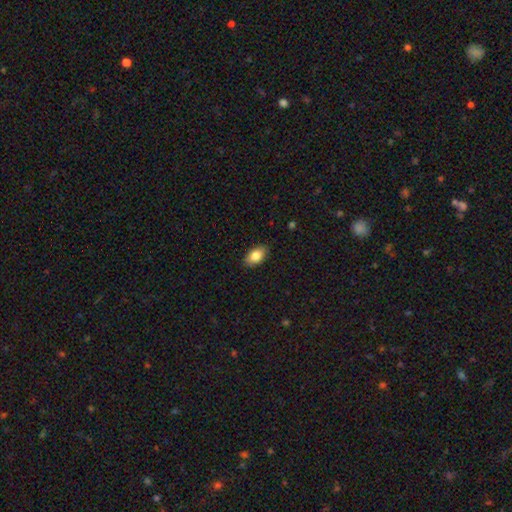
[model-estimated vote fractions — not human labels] smooth 83%, featured or disk 10%, star or artifact 7%. Down the decision tree: how rounded — in between (92%); merging — none (87%).